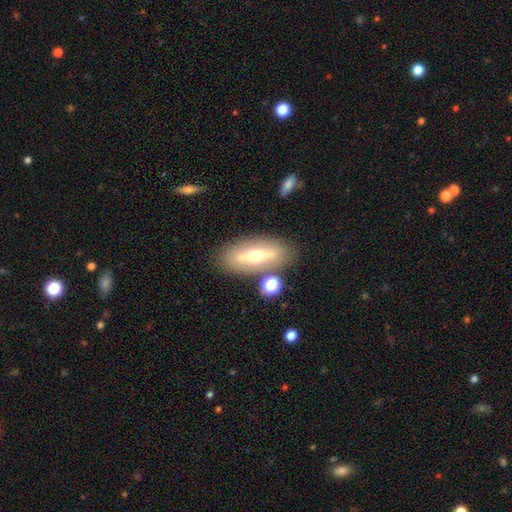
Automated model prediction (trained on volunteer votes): smooth_or_featured: featured or disk (p=0.50) [alt: smooth p=0.42]
merging: none (p=0.78) [alt: minor disturbance p=0.12]